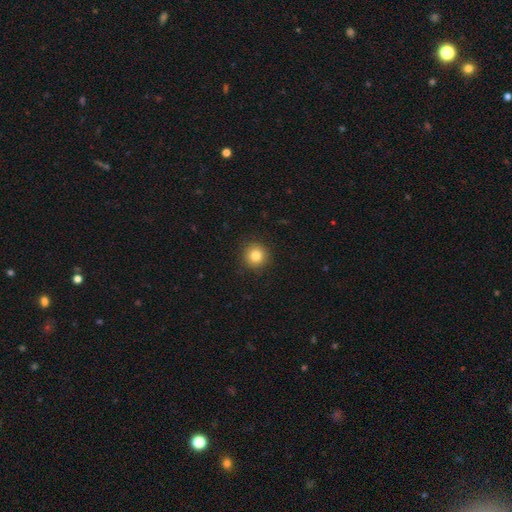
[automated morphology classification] Smooth or featured? Predicted: smooth (p=0.83). How rounded? Predicted: round (p=0.94). Merging? Predicted: none (p=0.91).